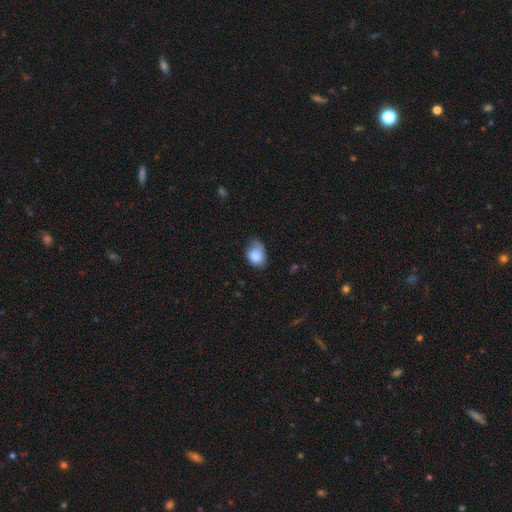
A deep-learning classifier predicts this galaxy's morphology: type=smooth (84%); roundness=in between (66%); merging=minor disturbance (43%).